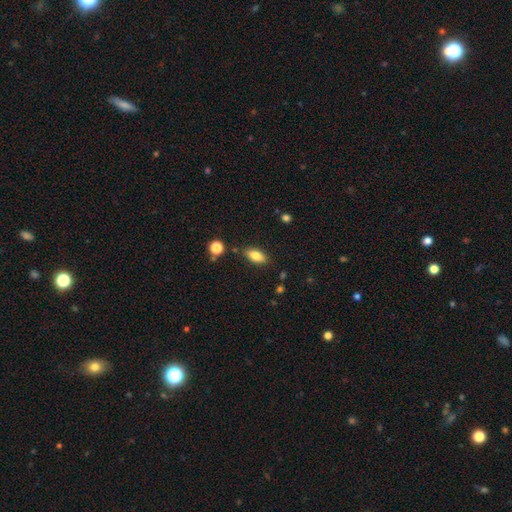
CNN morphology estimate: A smooth galaxy with no disk features (80%) that is in between round and cigar-shaped (88%).

Vote fractions:
- Smooth or featured? smooth: 80% / featured or disk: 12% / star or artifact: 8%
- How rounded? in between: 88% / cigar-shaped: 8% / round: 4%
- Merging? none: 83% / minor disturbance: 11% / merger: 3% / major disturbance: 3%